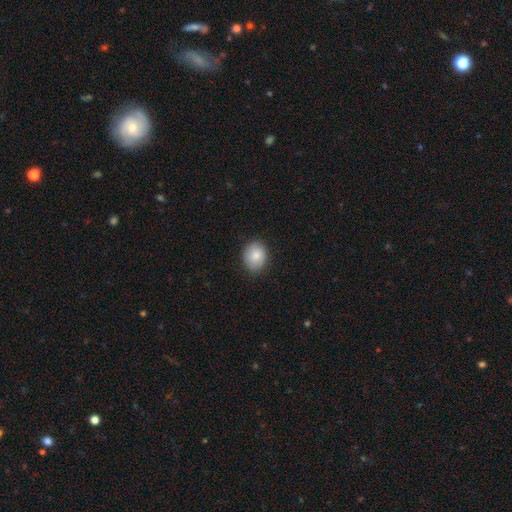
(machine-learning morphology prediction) Smooth or featured? Predicted: smooth (p=0.85). How rounded? Predicted: round (p=0.58). Merging? Predicted: none (p=0.86).